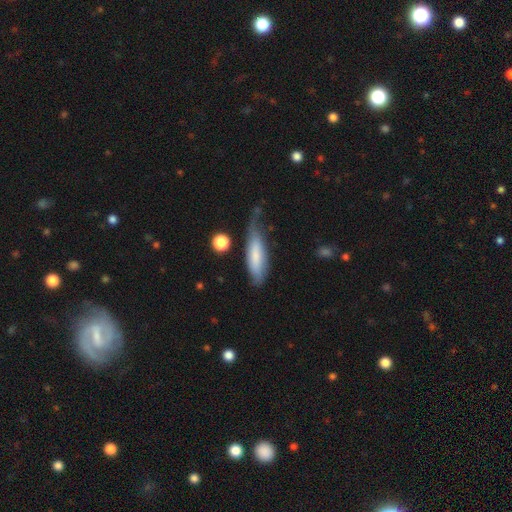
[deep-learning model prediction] smooth-or-featured: smooth: 71% | featured or disk: 24% | star or artifact: 6%
  how-rounded: cigar-shaped: 57% | in between: 41% | round: 2%
  merging: none: 44% | minor disturbance: 36% | major disturbance: 16% | merger: 4%